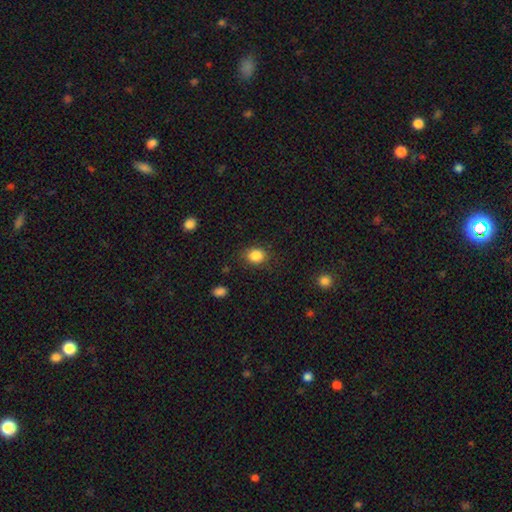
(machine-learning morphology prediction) type=smooth (86%); roundness=round (54%); merging=none (83%).